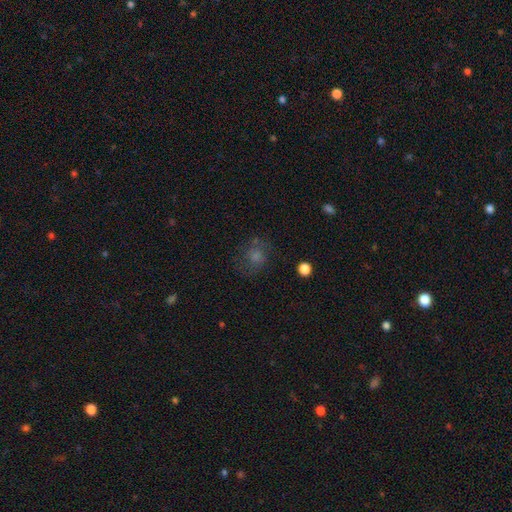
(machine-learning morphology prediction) smooth 45%, featured or disk 28%, star or artifact 27%. Down the decision tree: merging — none (72%).